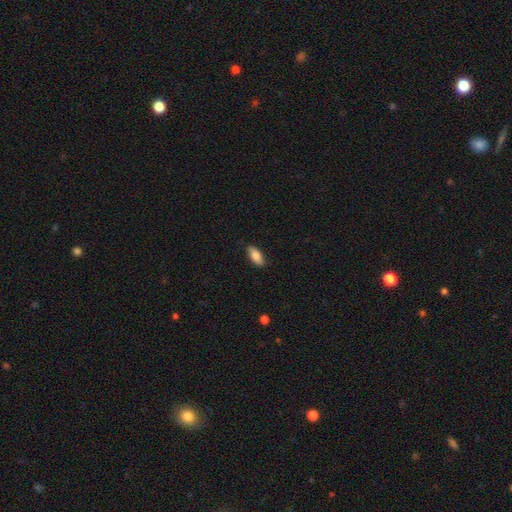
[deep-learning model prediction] Smooth or featured? Predicted: smooth (p=0.84). How rounded? Predicted: in between (p=0.85). Merging? Predicted: none (p=0.87).